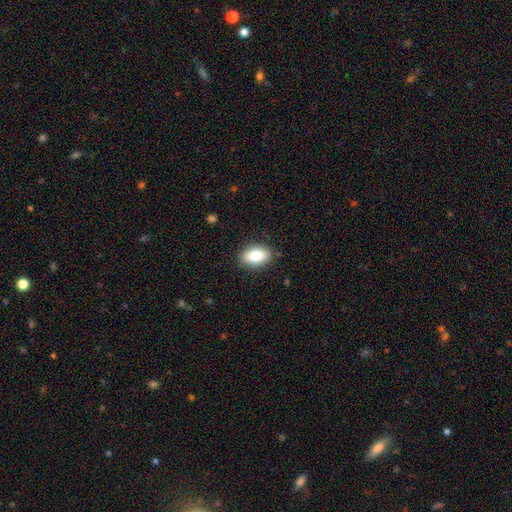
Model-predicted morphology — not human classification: Q: Smooth or featured?
A: smooth (82%); runner-up: featured or disk (11%)
Q: How rounded?
A: in between (88%); runner-up: round (8%)
Q: Merging?
A: none (86%); runner-up: minor disturbance (11%)